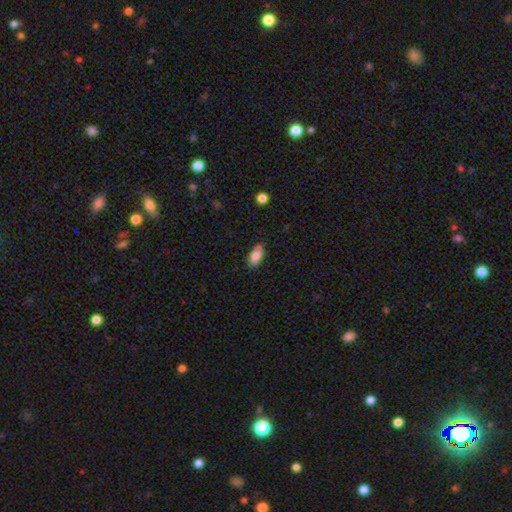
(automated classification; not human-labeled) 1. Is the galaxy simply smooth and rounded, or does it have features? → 85% smooth, 7% star or artifact, 7% featured or disk.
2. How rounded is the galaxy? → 91% in between, 5% cigar-shaped, 4% round.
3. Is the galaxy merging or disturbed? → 76% none, 18% minor disturbance, 3% major disturbance, 3% merger.